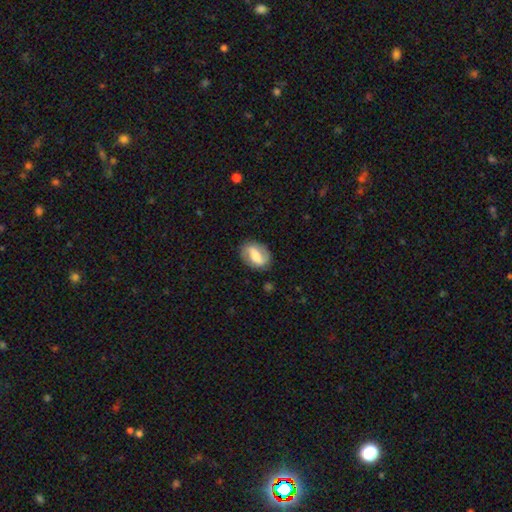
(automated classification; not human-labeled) A featured or disk galaxy (60%) with a strong bar (41%), spiral arms (83%) and a moderate central bulge (41%).

Vote fractions:
- Smooth or featured? featured or disk: 60% / smooth: 33% / star or artifact: 7%
- Edge-on disk? no: 96% / yes: 4%
- Bar? strong: 41% / weak: 38% / no: 21%
- Spiral arms? yes: 83% / no: 17%
- Bulge size? moderate: 41% / large: 24% / small: 22% / none: 9% / dominant: 4%
- Merging? none: 82% / minor disturbance: 13% / major disturbance: 4% / merger: 1%